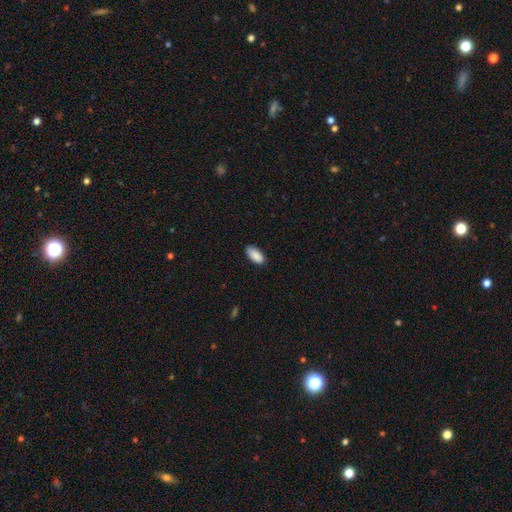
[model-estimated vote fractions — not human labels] Q: Smooth or featured?
A: smooth (90%); runner-up: star or artifact (6%)
Q: How rounded?
A: in between (93%); runner-up: cigar-shaped (6%)
Q: Merging?
A: none (84%); runner-up: minor disturbance (13%)